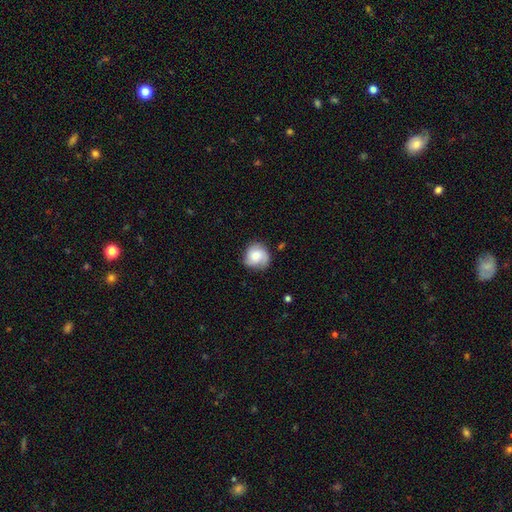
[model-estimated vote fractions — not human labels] Smooth or featured? smooth (60%)
How rounded? round (84%)
Merging? none (70%)